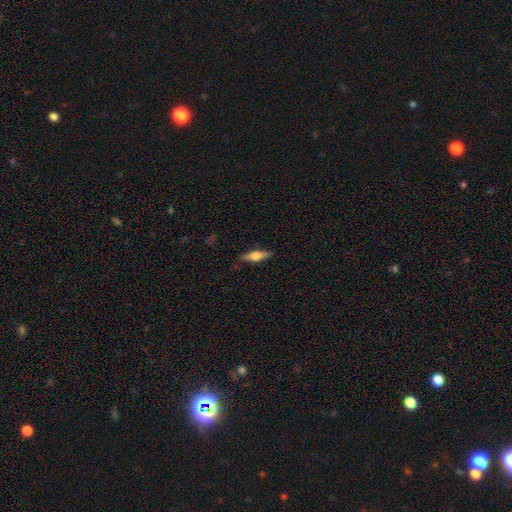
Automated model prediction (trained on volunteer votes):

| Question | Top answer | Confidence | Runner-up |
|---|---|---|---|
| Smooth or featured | featured or disk | 48% | smooth (46%) |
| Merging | none | 85% | minor disturbance (12%) |